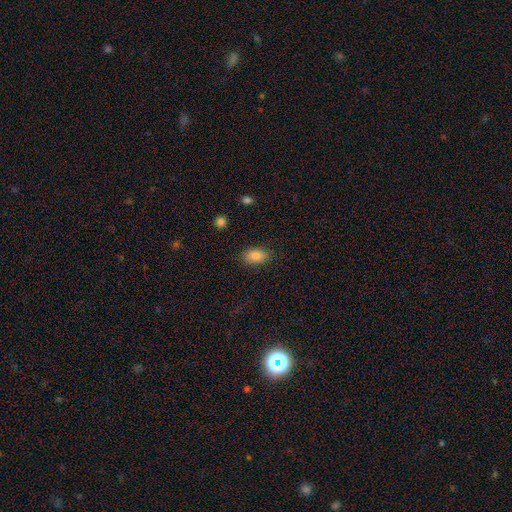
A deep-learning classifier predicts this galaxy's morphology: This appears to be a smooth galaxy with no disk features (84%) that is in between round and cigar-shaped (88%). Merging: none (84%).